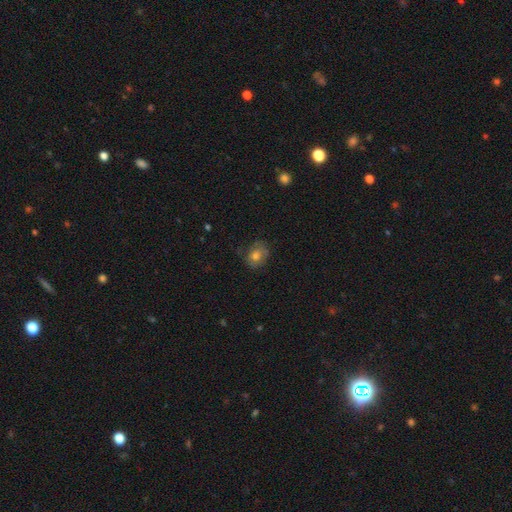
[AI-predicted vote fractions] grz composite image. It shows a smooth galaxy with no disk features (63%) that is round (58%). Merging: none (68%).